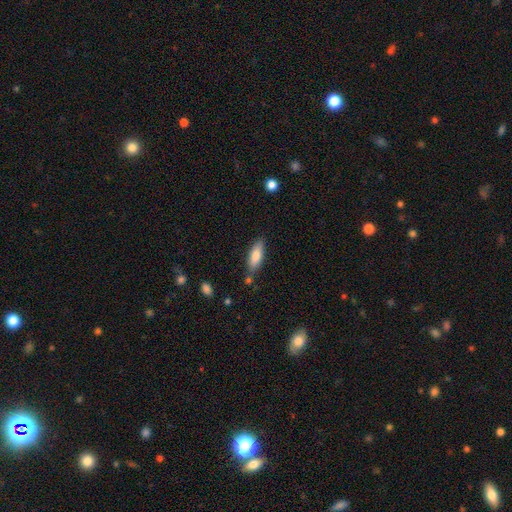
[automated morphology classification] Smooth or featured: smooth — 77% (featured or disk — 16%)
How rounded: in between — 61% (cigar-shaped — 37%)
Merging: none — 77% (minor disturbance — 15%)